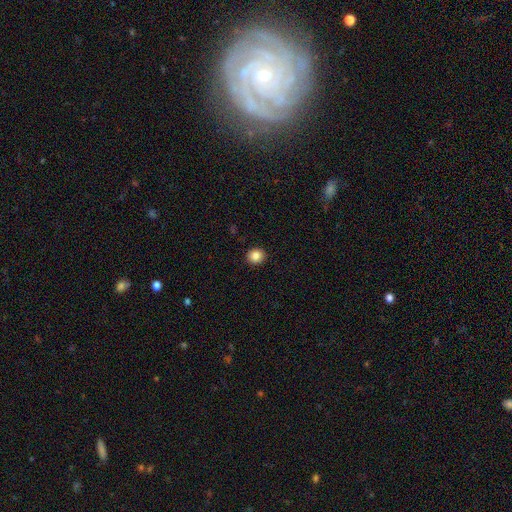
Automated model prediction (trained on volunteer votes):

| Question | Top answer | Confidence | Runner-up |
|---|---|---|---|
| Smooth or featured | smooth | 85% | star or artifact (10%) |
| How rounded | round | 86% | in between (13%) |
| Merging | none | 92% | minor disturbance (5%) |